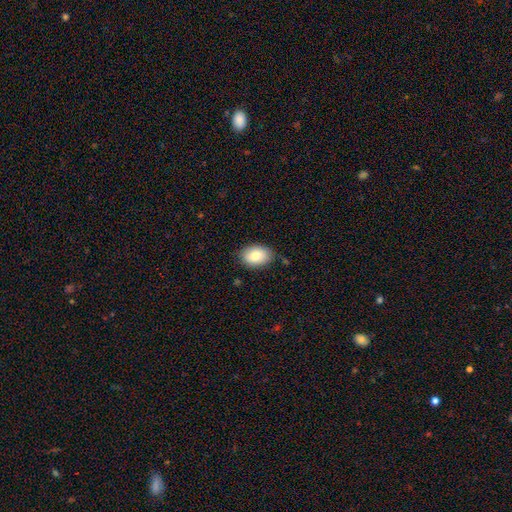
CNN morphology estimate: Smooth or featured: smooth — 81% (featured or disk — 11%)
How rounded: in between — 83% (round — 16%)
Merging: none — 79% (minor disturbance — 16%)